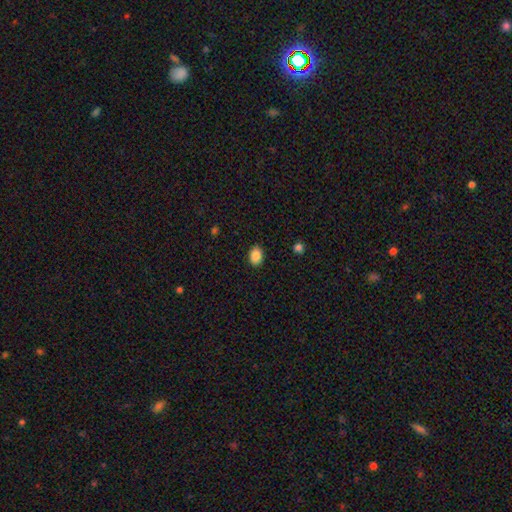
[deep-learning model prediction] A smooth galaxy with no disk features (87%) that is in between round and cigar-shaped (67%). Merging: none (90%).